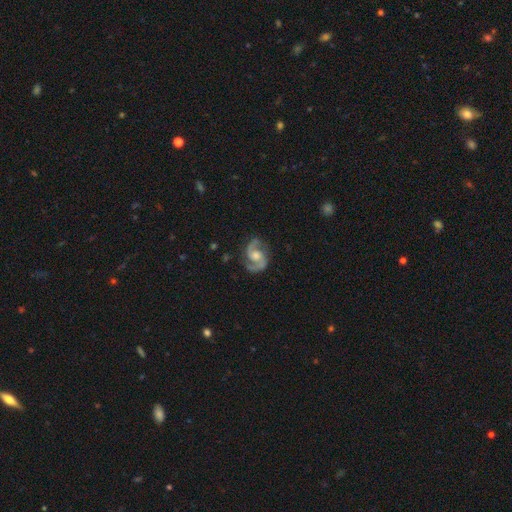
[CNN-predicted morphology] Smooth or featured: featured or disk — 91% (smooth — 5%)
Edge-on disk: no — 98% (yes — 2%)
Bar: no — 51% (weak — 39%)
Spiral arms: yes — 98% (no — 2%)
Spiral winding: medium — 62% (tight — 19%)
Spiral arm count: 2 — 94% (can't tell — 2%)
Bulge size: moderate — 60% (small — 17%)
Merging: none — 82% (minor disturbance — 12%)